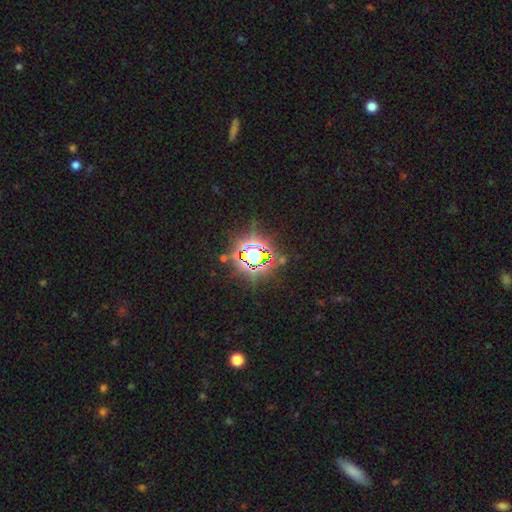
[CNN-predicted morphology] Smooth or featured?
  - star or artifact: 76% *
  - smooth: 14%
  - featured or disk: 10%